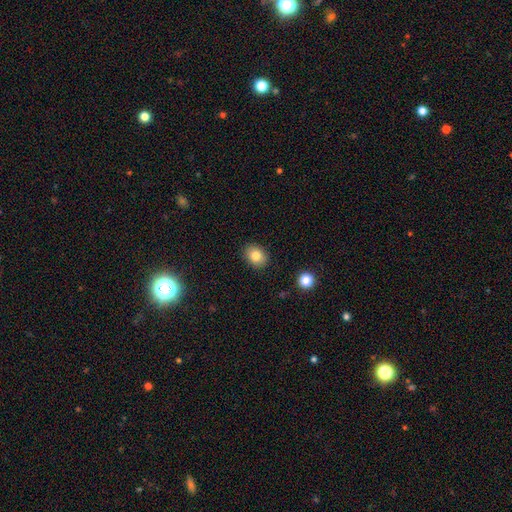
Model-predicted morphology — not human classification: This is clearly a smooth galaxy (82%). How rounded: possibly in between (56%). Merging: clearly none (88%).